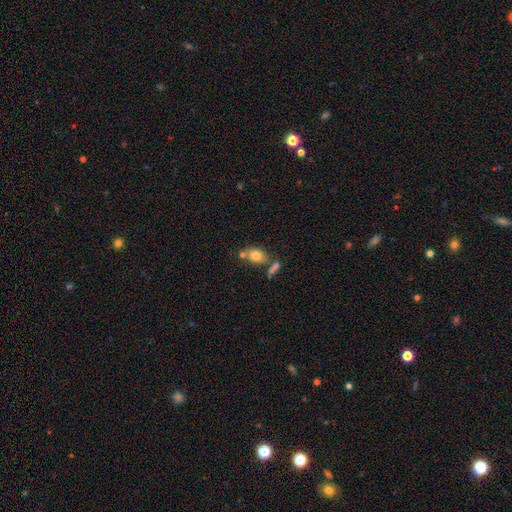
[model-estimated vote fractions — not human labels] This is likely a smooth galaxy (77%). How rounded: likely in between (80%). Merging: possibly none (57%).